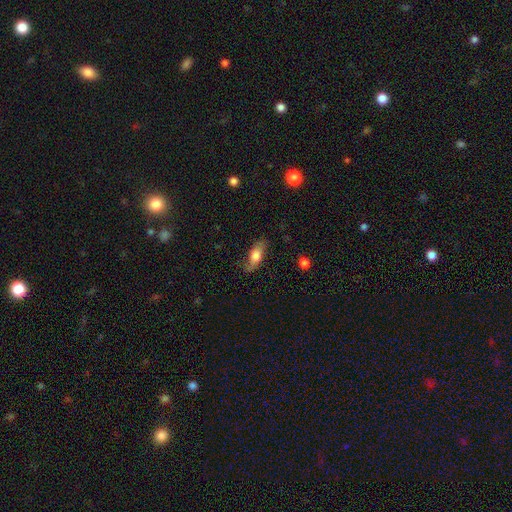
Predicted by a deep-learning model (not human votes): smooth-or-featured: smooth: 64% | featured or disk: 29% | star or artifact: 7%
  how-rounded: in between: 74% | cigar-shaped: 22% | round: 4%
  merging: none: 70% | minor disturbance: 22% | major disturbance: 6% | merger: 2%